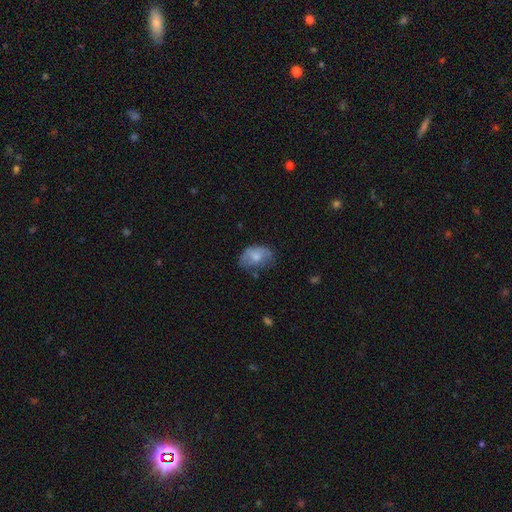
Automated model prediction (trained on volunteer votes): A smooth galaxy with no disk features (65%) that is in between round and cigar-shaped (83%).

Vote fractions:
- Smooth or featured? smooth: 65% / featured or disk: 27% / star or artifact: 8%
- How rounded? in between: 83% / round: 16% / cigar-shaped: 1%
- Merging? none: 46% / minor disturbance: 34% / major disturbance: 17% / merger: 3%